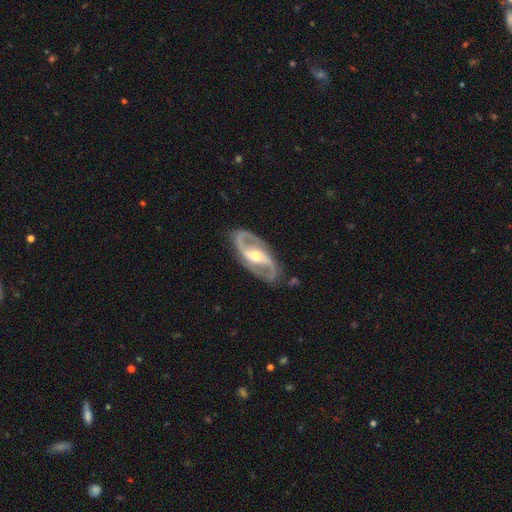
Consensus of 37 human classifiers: Smooth or featured: featured or disk — 89% (smooth — 5%)
Edge-on disk: no — 100%
Bar: weak — 52% (strong — 30%)
Spiral arms: yes — 94% (no — 6%)
Spiral winding: medium — 48% (tight — 35%)
Spiral arm count: 2 — 97% (1 — 3%)
Bulge size: moderate — 58% (small — 36%)
Merging: none — 77% (minor disturbance — 20%)